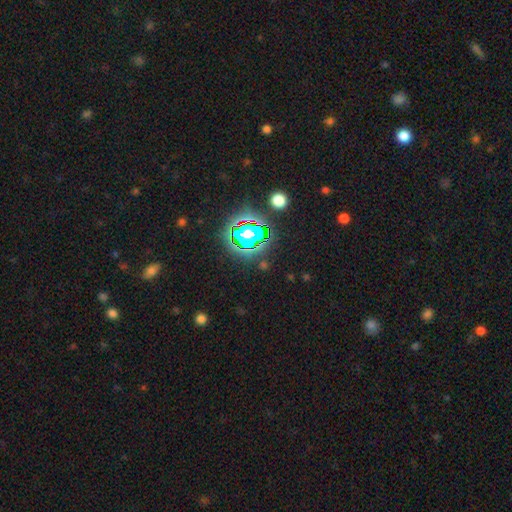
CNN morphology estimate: A star or artifact, not a galaxy (82%).